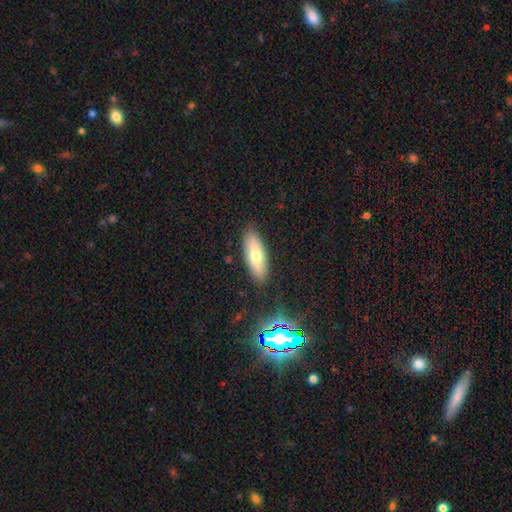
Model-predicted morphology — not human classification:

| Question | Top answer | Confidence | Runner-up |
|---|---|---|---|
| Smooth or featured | smooth | 66% | featured or disk (25%) |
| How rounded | in between | 63% | cigar-shaped (34%) |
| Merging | none | 87% | minor disturbance (9%) |